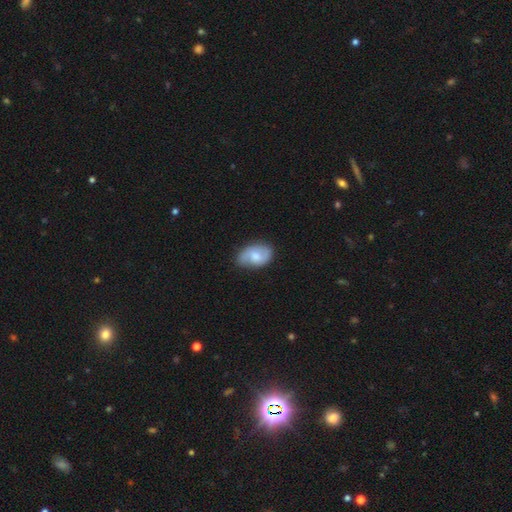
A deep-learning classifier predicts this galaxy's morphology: The model was most divided on "smooth or featured": smooth: 50%, featured or disk: 44%, star or artifact: 7%. More confident: merging — none (69%).